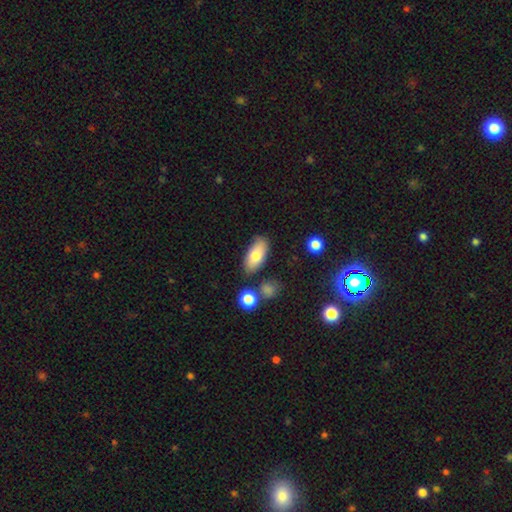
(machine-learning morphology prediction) Overall: smooth (76%). How rounded: in between (88%). Merging: none (78%).